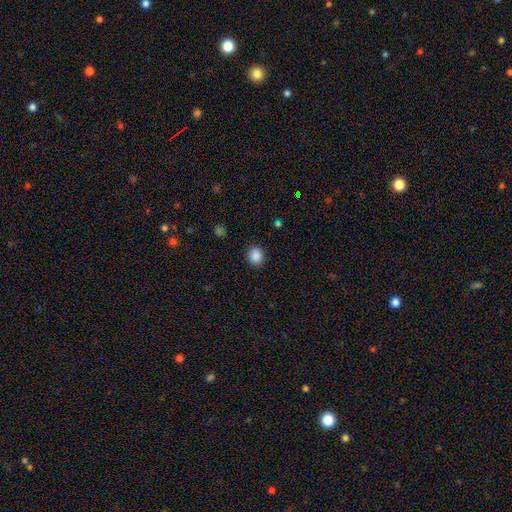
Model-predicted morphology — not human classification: A smooth galaxy with no disk features (88%) that is round (76%). Merging: none (90%).